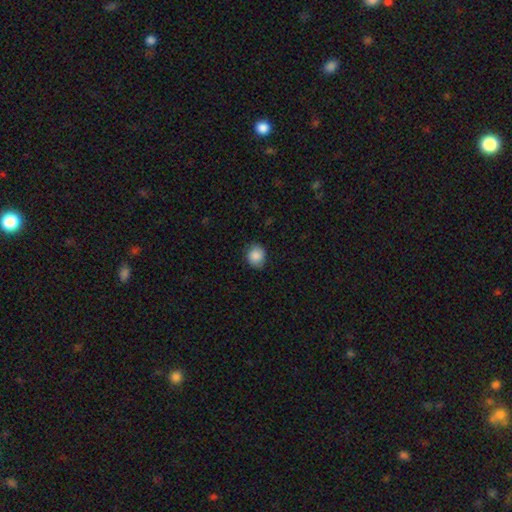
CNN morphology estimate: smooth 86%, star or artifact 8%, featured or disk 6%. Down the decision tree: how rounded — round (71%); merging — none (81%).